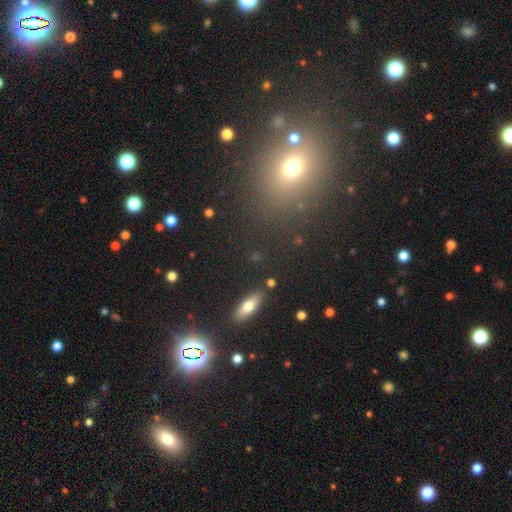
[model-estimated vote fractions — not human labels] Morphology: type=smooth (44%); merging=none (82%).